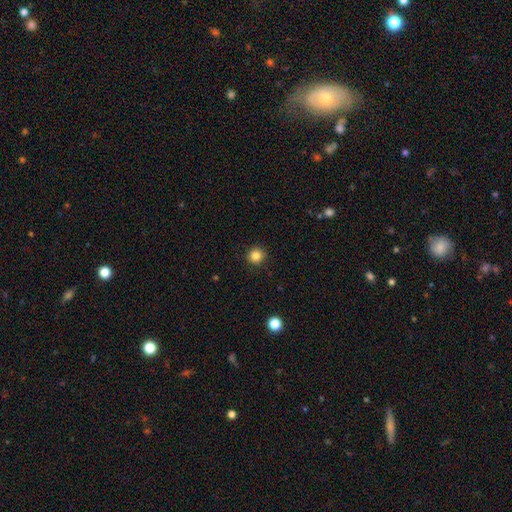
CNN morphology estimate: Smooth or featured? smooth (84%)
How rounded? round (94%)
Merging? none (92%)